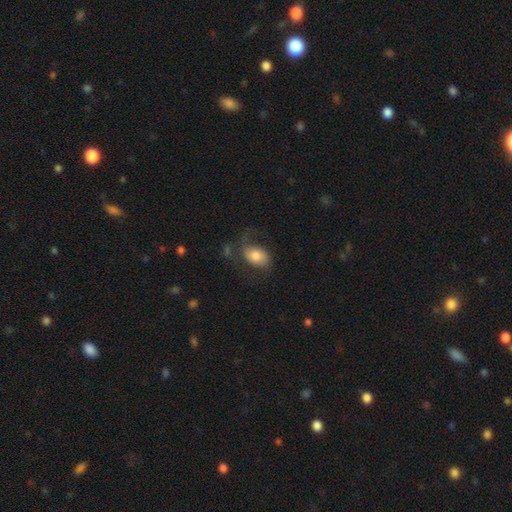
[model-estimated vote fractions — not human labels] This is likely a smooth galaxy (61%). How rounded: clearly in between (82%). Merging: marginally none (42%).